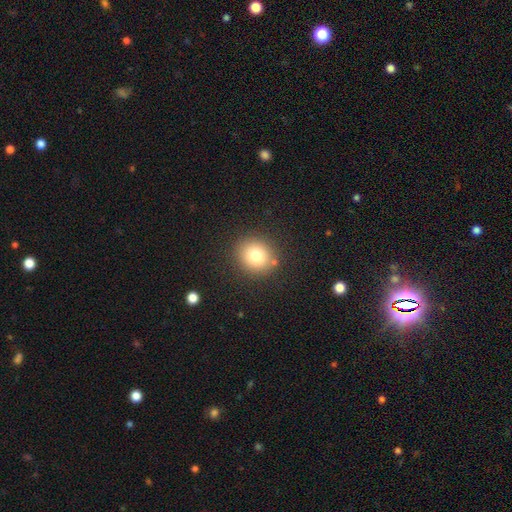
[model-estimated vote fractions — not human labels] The model was most divided on "how rounded": round: 83%, in between: 16%, cigar-shaped: 1%. More confident: merging — none (85%); smooth or featured — smooth (78%).